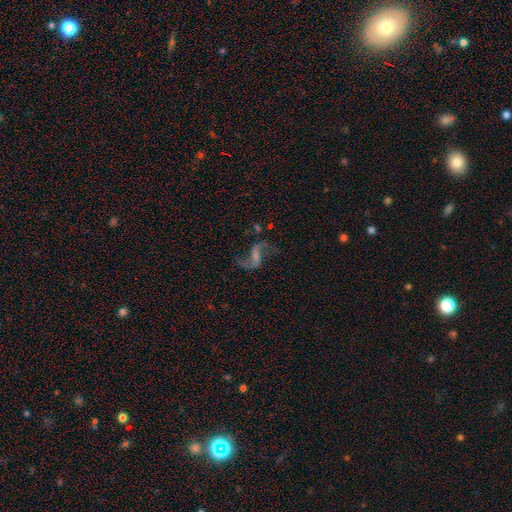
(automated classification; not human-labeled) smooth-or-featured: featured or disk: 83% | star or artifact: 9% | smooth: 8%
  disk-edge-on: no: 97% | yes: 3%
    bar: weak: 46% | strong: 30% | no: 25%
    has-spiral-arms: yes: 94% | no: 6%
      spiral-winding: loose: 87% | medium: 11% | tight: 2%
      spiral-arm-count: 2: 92% | 1: 3% | can't tell: 2% | 3: 1% | 4: 1% | more than 4: 1%
    bulge-size: none: 42% | small: 36% | moderate: 18% | large: 4% | dominant: 1%
  merging: none: 69% | major disturbance: 14% | minor disturbance: 14% | merger: 3%